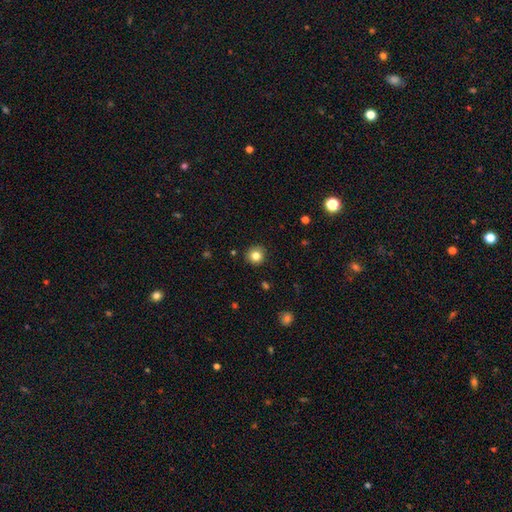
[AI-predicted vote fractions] A smooth galaxy with no disk features (82%) that is round (93%). Merging: none (90%).